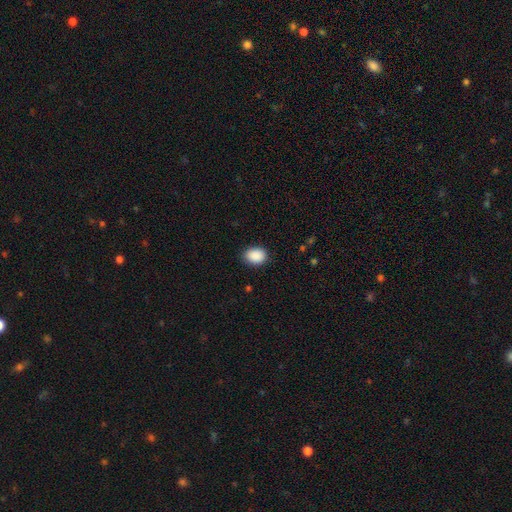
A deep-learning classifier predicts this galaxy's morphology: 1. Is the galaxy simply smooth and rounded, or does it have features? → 90% smooth, 7% star or artifact, 3% featured or disk.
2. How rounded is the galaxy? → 66% in between, 33% round, 1% cigar-shaped.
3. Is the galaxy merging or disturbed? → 87% none, 10% minor disturbance, 2% major disturbance, 1% merger.